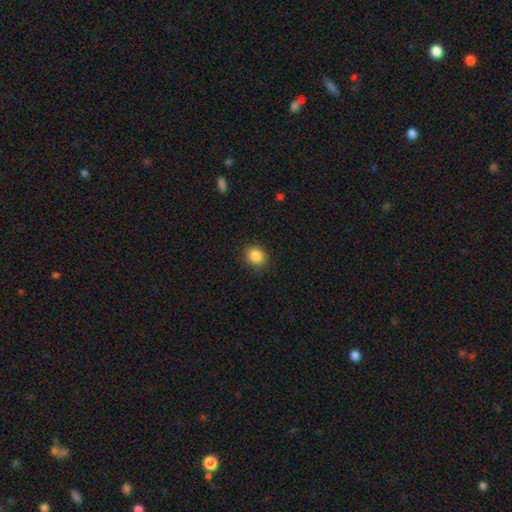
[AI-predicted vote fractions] This appears to be a smooth galaxy with no disk features (86%) that is round (75%). Merging: none (87%).